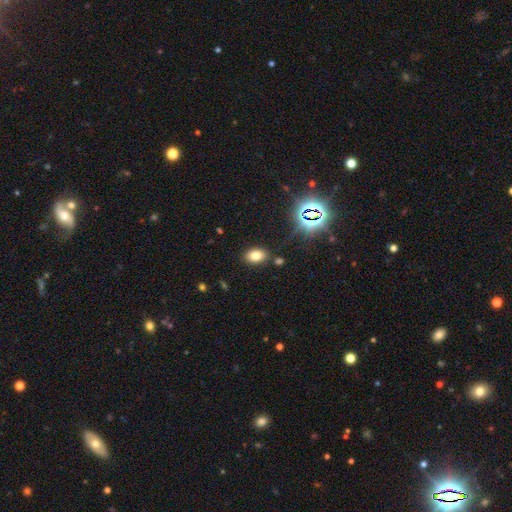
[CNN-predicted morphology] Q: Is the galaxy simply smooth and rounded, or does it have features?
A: smooth — 75%.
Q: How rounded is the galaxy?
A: in between — 84%.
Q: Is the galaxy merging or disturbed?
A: none — 83%.